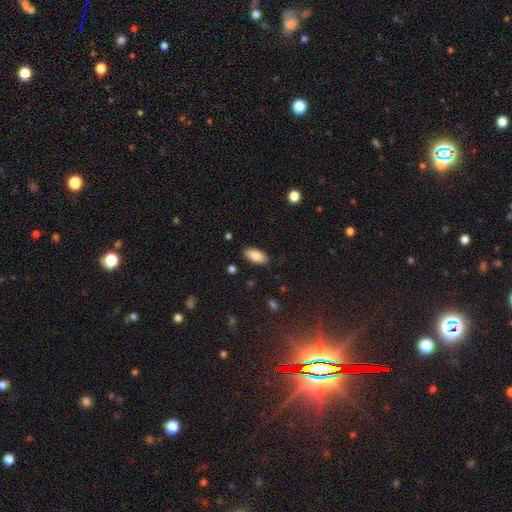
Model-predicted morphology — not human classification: This is clearly a smooth galaxy (86%). How rounded: clearly in between (92%). Merging: clearly none (86%).